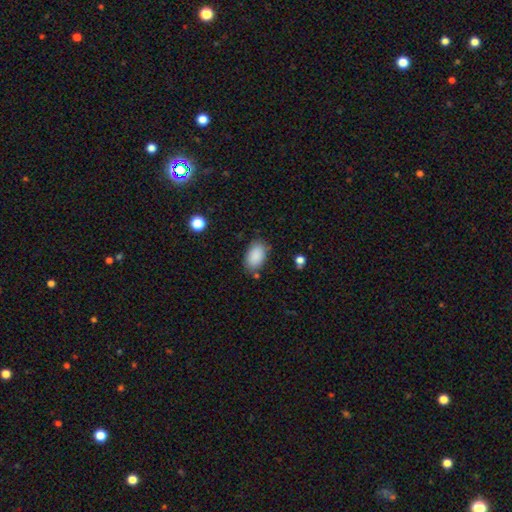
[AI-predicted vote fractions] The model was most divided on "merging": none: 78%, minor disturbance: 15%, major disturbance: 4%, merger: 3%. More confident: how rounded — in between (91%); smooth or featured — smooth (89%).